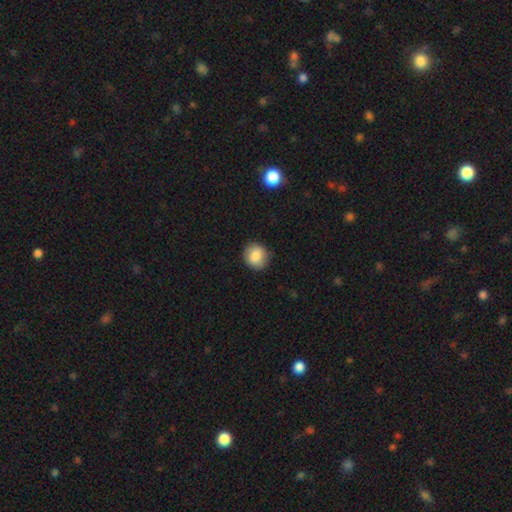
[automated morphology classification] A smooth galaxy with no disk features (86%) that is round (83%). Merging: none (85%).